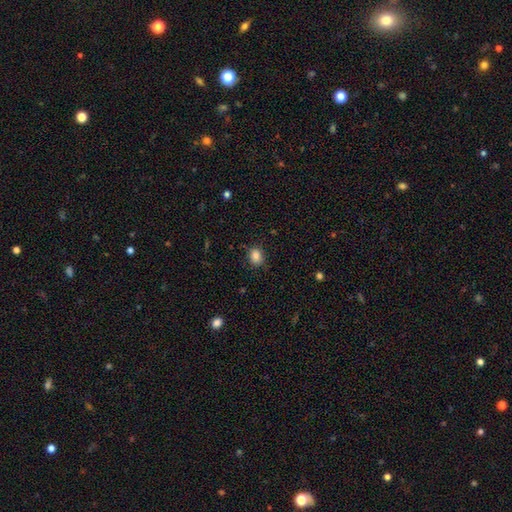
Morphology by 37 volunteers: smooth_or_featured: smooth (p=1.00)
how_rounded: round (p=0.62) [alt: in between p=0.35]
merging: none (p=0.86) [alt: minor disturbance p=0.08]